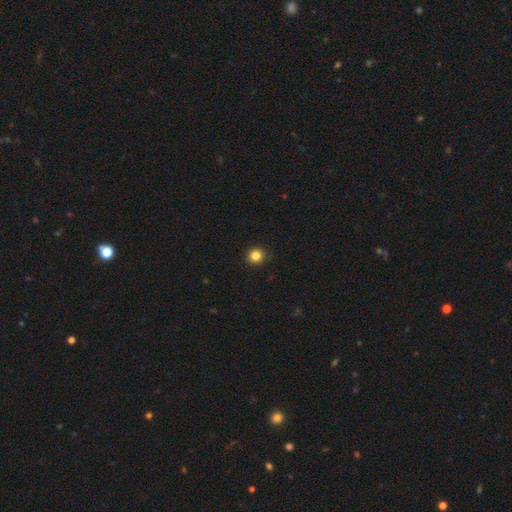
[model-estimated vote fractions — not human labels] Smooth or featured?
  - smooth: 85% *
  - star or artifact: 11%
  - featured or disk: 4%
How rounded?
  - round: 92% *
  - in between: 7%
  - cigar-shaped: 1%
Merging?
  - none: 93% *
  - minor disturbance: 5%
  - major disturbance: 2%
  - merger: 1%